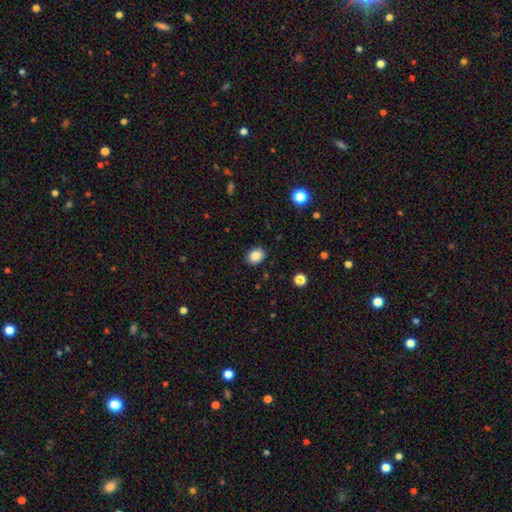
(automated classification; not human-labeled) Morphology: type=smooth (87%); roundness=in between (59%); merging=none (88%).